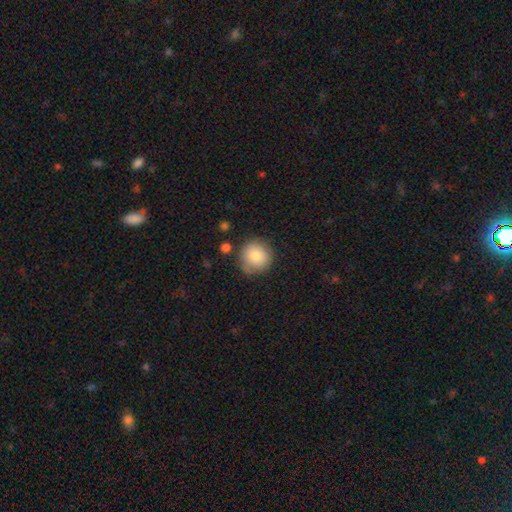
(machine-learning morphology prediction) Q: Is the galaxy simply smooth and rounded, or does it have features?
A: smooth — 81%.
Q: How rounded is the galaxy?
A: round — 92%.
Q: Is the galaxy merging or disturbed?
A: none — 76%.